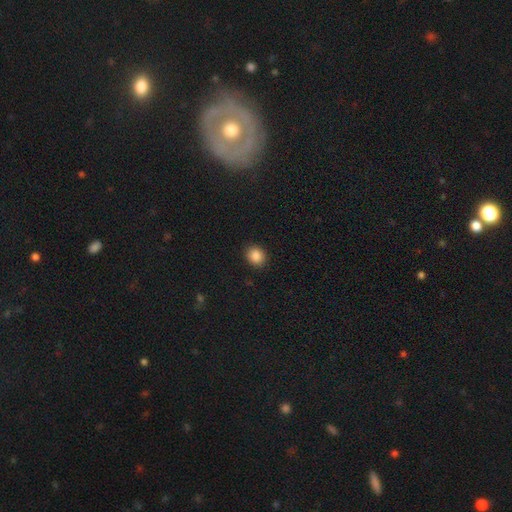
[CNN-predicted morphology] Smooth or featured? smooth (87%)
How rounded? round (65%)
Merging? none (90%)